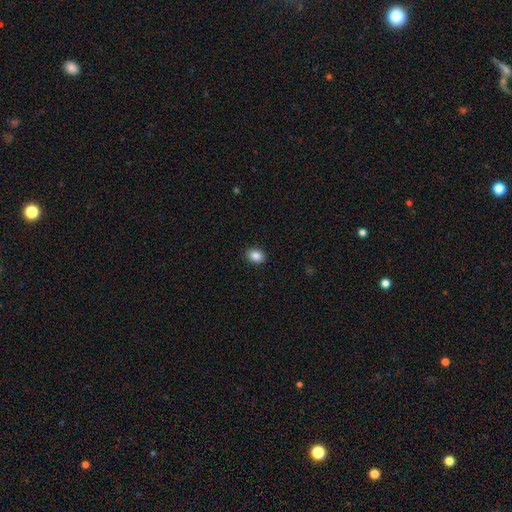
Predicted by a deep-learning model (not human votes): smooth_or_featured: smooth (p=0.86) [alt: star or artifact p=0.09]
how_rounded: in between (p=0.68) [alt: round p=0.31]
merging: none (p=0.90) [alt: minor disturbance p=0.07]